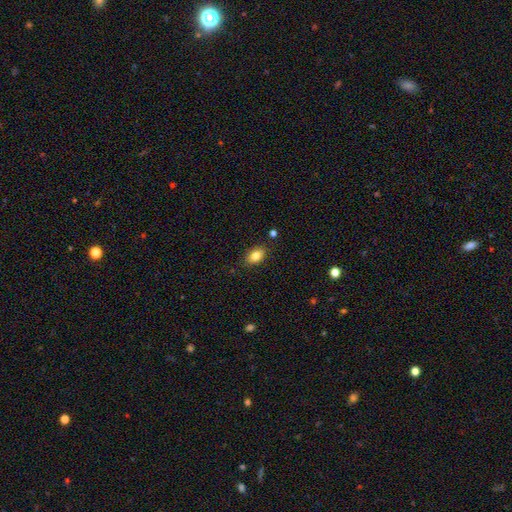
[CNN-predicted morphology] Smooth or featured?
  - smooth: 81% *
  - featured or disk: 10%
  - star or artifact: 9%
How rounded?
  - in between: 83% *
  - round: 15%
  - cigar-shaped: 2%
Merging?
  - none: 84% *
  - minor disturbance: 12%
  - major disturbance: 2%
  - merger: 2%